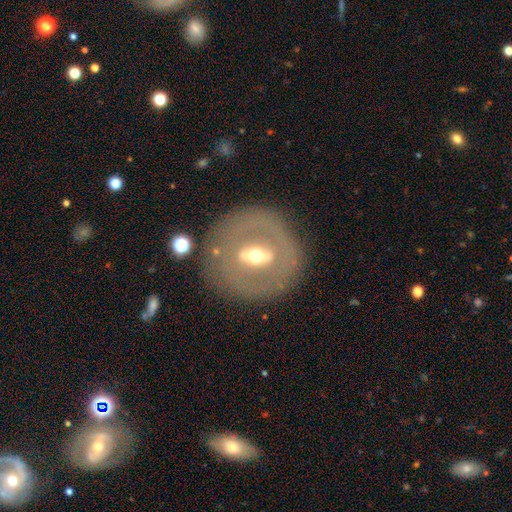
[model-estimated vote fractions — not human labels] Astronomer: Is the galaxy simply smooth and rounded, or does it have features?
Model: featured or disk — 64%.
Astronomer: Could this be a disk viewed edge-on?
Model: no — 91%.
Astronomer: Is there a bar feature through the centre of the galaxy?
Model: weak — 41% (runner-up: strong, 37%).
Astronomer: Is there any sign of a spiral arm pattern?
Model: no — 71%.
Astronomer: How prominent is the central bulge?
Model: moderate — 61%.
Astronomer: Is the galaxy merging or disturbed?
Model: none — 81%.